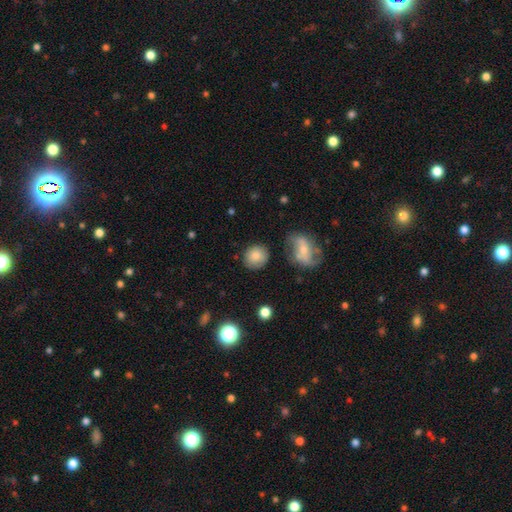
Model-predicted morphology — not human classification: smooth 79%, featured or disk 12%, star or artifact 9%. Down the decision tree: how rounded — round (82%); merging — none (77%).